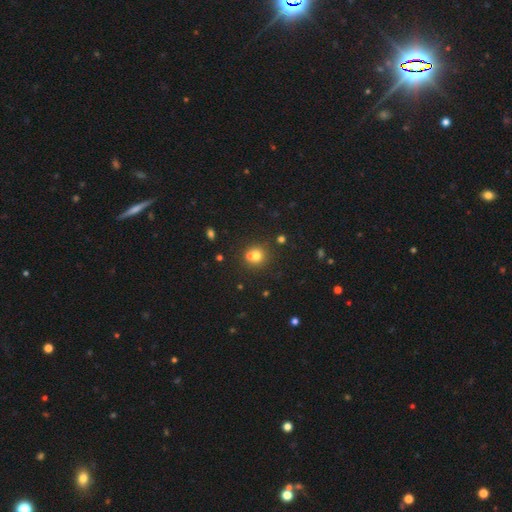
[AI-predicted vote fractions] The model was most divided on "merging": none: 49%, merger: 41%, minor disturbance: 7%, major disturbance: 3%. More confident: how rounded — round (85%); smooth or featured — smooth (69%).